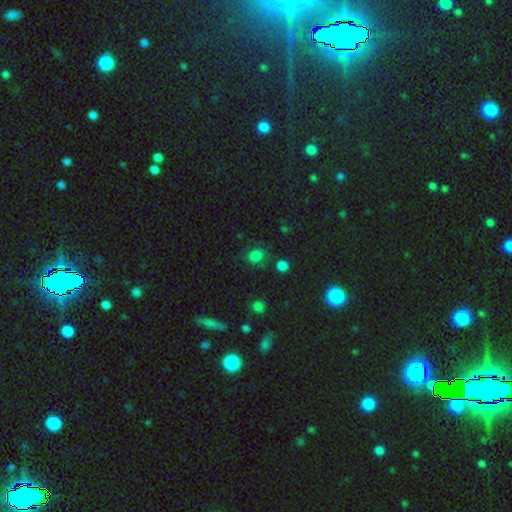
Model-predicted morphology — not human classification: Smooth or featured? Predicted: smooth (p=0.71). How rounded? Predicted: round (p=0.56). Merging? Predicted: none (p=0.67).